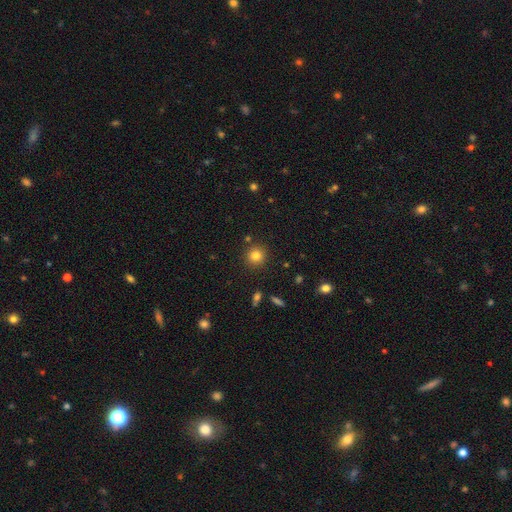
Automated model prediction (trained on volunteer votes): Morphology: type=smooth (81%); roundness=round (91%); merging=none (87%).